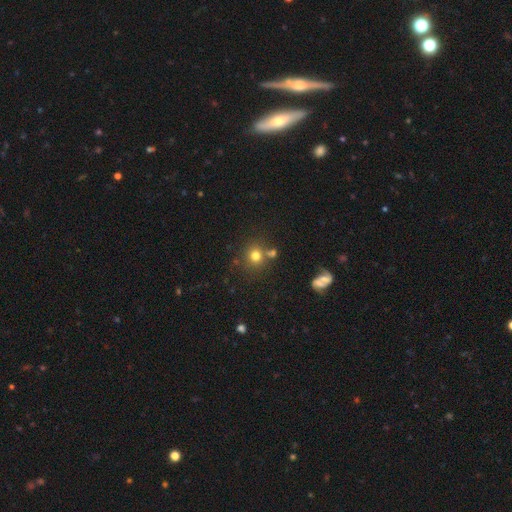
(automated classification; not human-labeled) Morphology: type=smooth (75%); roundness=round (88%); merging=none (70%).